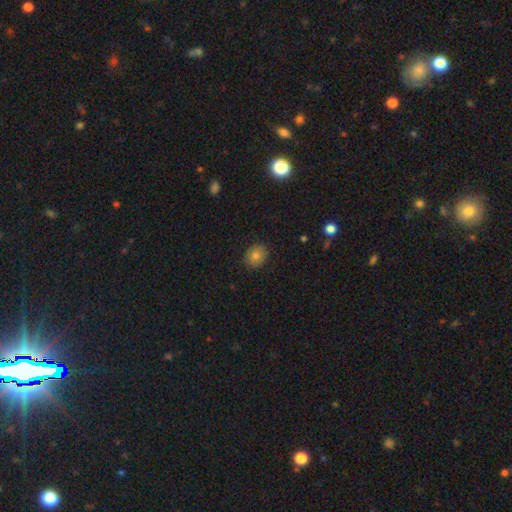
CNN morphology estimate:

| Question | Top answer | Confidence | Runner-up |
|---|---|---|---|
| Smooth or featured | smooth | 79% | star or artifact (11%) |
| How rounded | round | 60% | in between (40%) |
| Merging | none | 88% | minor disturbance (9%) |